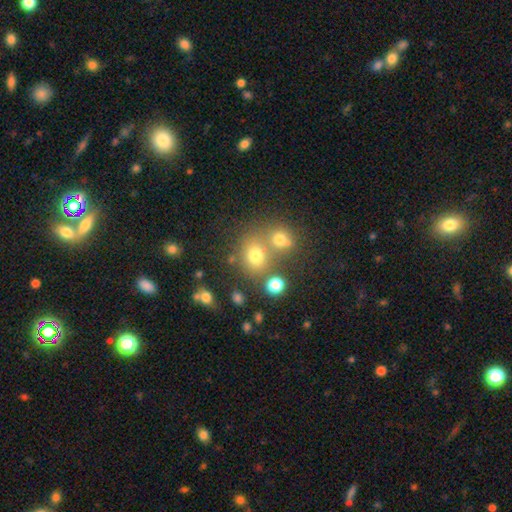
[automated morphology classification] Smooth or featured? Predicted: smooth (p=0.71). How rounded? Predicted: round (p=0.74). Merging? Predicted: none (p=0.54).